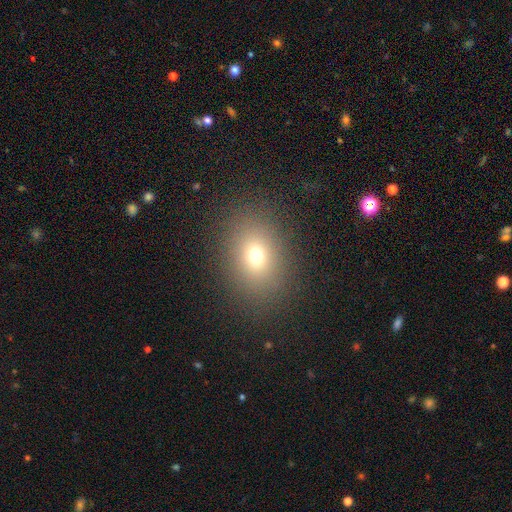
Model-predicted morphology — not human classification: Smooth or featured: smooth — 70% (star or artifact — 18%)
How rounded: in between — 53% (round — 46%)
Merging: none — 86% (minor disturbance — 8%)